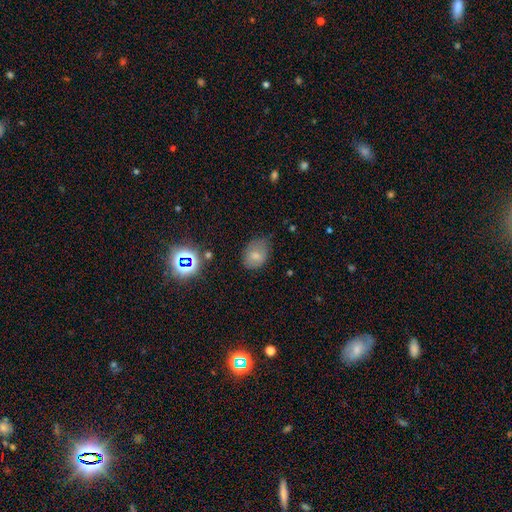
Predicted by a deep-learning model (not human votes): Smooth or featured?
  - smooth: 72% *
  - featured or disk: 14%
  - star or artifact: 13%
How rounded?
  - in between: 64% *
  - round: 35%
  - cigar-shaped: 1%
Merging?
  - none: 65% *
  - minor disturbance: 27%
  - major disturbance: 7%
  - merger: 2%